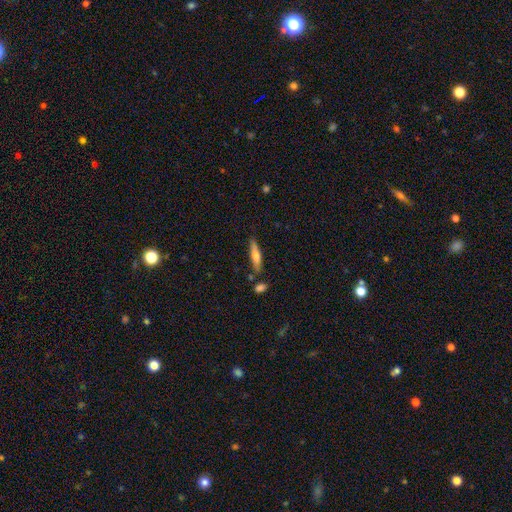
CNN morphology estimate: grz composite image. It shows a smooth galaxy with no disk features (57%) that is cigar-shaped (84%). Merging: none (78%).